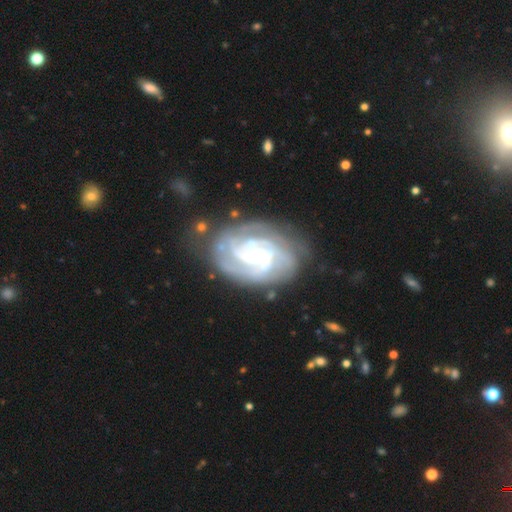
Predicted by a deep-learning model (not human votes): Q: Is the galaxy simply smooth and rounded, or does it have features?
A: featured or disk — 90%.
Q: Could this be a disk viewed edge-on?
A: no — 97%.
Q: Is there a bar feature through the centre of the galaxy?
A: no — 44%.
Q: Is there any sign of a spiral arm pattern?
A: yes — 98%.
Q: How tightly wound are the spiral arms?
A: tight — 66%.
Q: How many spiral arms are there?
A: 3 — 31%.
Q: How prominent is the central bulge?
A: moderate — 48%.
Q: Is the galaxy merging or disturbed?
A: none — 72%.